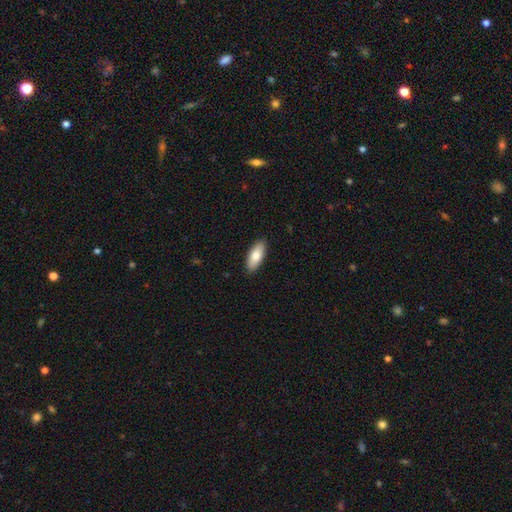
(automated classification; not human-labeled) Smooth or featured?
  - smooth: 77% *
  - featured or disk: 17%
  - star or artifact: 6%
How rounded?
  - in between: 81% *
  - cigar-shaped: 17%
  - round: 2%
Merging?
  - none: 90% *
  - minor disturbance: 8%
  - major disturbance: 2%
  - merger: 1%